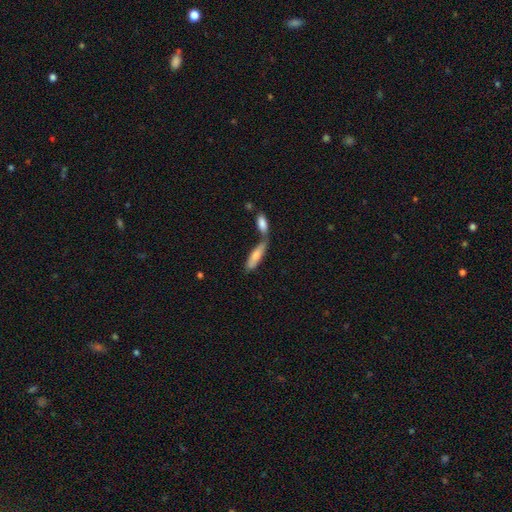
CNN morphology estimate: Smooth or featured: smooth — 75% (featured or disk — 19%)
How rounded: cigar-shaped — 54% (in between — 44%)
Merging: merger — 54% (none — 31%)